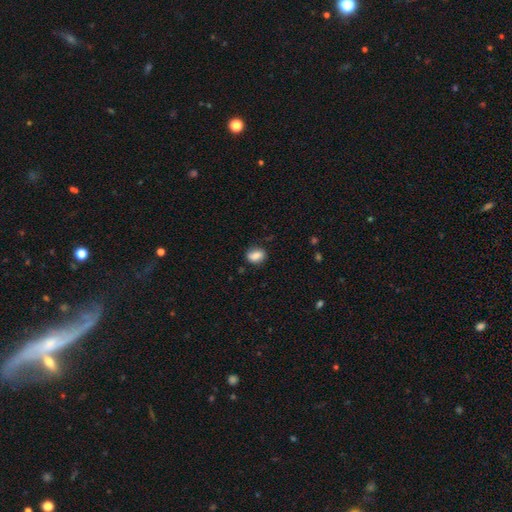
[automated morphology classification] Smooth or featured: smooth — 81% (featured or disk — 10%)
How rounded: in between — 66% (round — 32%)
Merging: none — 76% (minor disturbance — 17%)